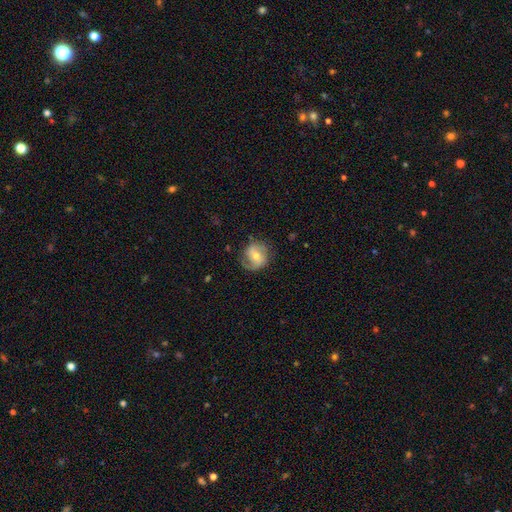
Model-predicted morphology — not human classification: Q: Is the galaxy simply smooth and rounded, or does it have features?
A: featured or disk — 67%.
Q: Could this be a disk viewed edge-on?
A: no — 97%.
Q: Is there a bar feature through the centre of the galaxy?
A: no — 42%, tied with weak.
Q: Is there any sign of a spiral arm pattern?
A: yes — 90%.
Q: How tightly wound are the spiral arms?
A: medium — 44%.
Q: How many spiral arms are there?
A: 2 — 73%.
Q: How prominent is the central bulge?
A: moderate — 53%.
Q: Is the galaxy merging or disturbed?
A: none — 71%.